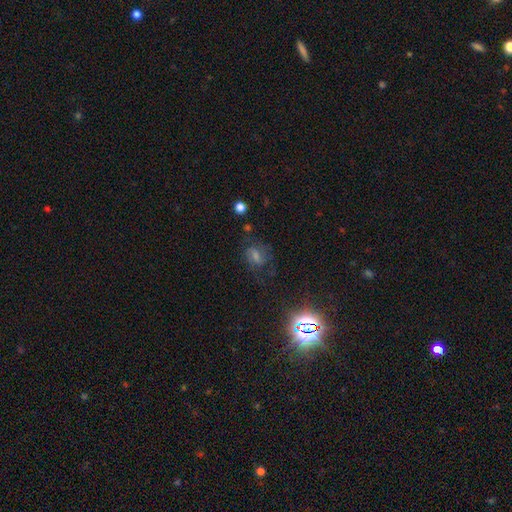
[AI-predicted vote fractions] This is marginally a star or artifact rather than a galaxy (42%).